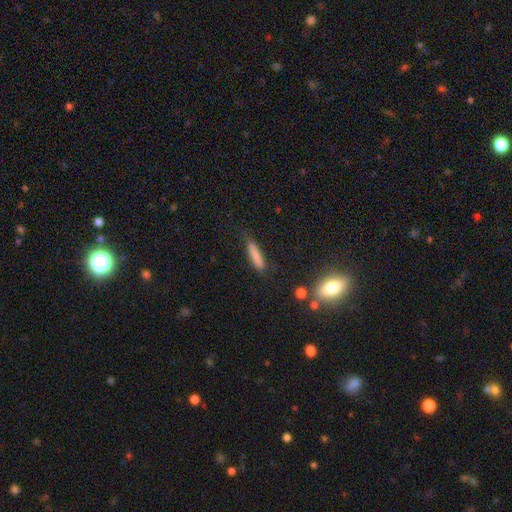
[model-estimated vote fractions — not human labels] smooth-or-featured: smooth: 79% | featured or disk: 13% | star or artifact: 8%
  how-rounded: cigar-shaped: 86% | in between: 12% | round: 2%
  merging: none: 71% | minor disturbance: 21% | major disturbance: 6% | merger: 3%